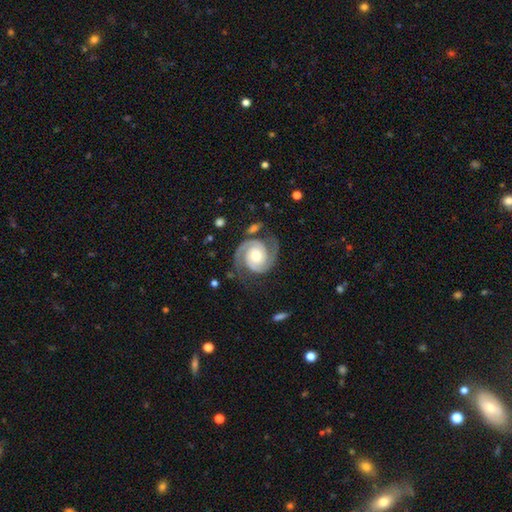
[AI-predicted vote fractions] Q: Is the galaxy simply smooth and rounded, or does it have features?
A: featured or disk — 91%.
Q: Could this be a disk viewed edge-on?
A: no — 98%.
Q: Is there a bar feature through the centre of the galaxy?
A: no — 70%.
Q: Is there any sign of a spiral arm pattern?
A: yes — 98%.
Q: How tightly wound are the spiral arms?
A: tight — 57%.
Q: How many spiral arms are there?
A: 2 — 92%.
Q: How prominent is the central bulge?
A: moderate — 69%.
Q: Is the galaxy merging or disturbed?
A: none — 76%.